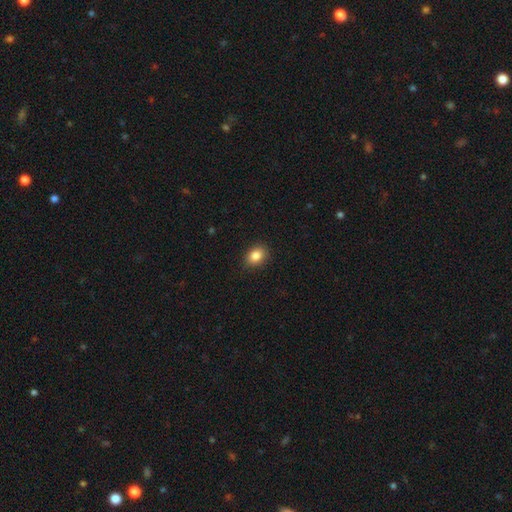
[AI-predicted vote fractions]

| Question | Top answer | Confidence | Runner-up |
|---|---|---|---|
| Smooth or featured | smooth | 85% | star or artifact (9%) |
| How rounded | in between | 61% | round (38%) |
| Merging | none | 88% | minor disturbance (9%) |